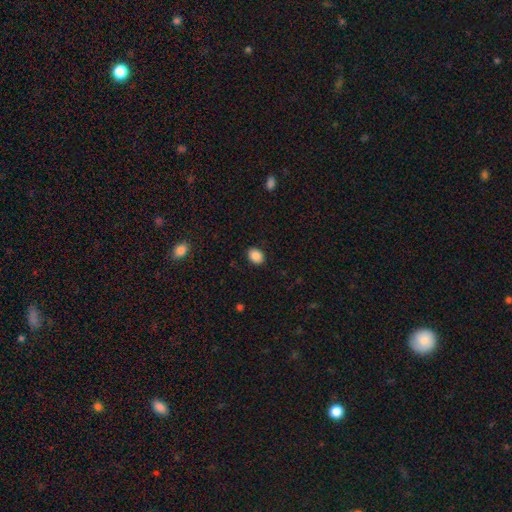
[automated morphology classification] Smooth or featured: smooth — 87% (star or artifact — 8%)
How rounded: in between — 63% (round — 36%)
Merging: none — 89% (minor disturbance — 8%)